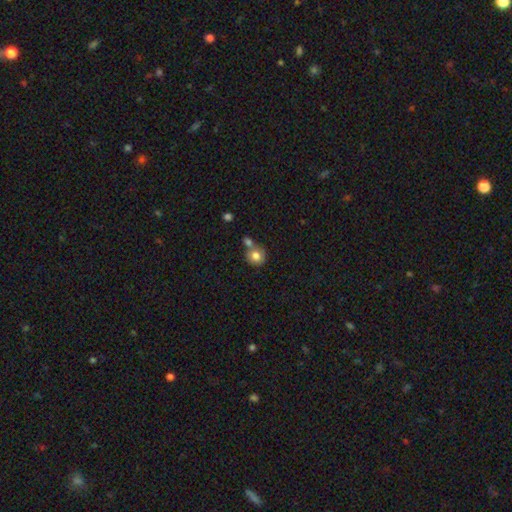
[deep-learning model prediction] A smooth galaxy with no disk features (81%) that is round (85%). Merging: none (52%).